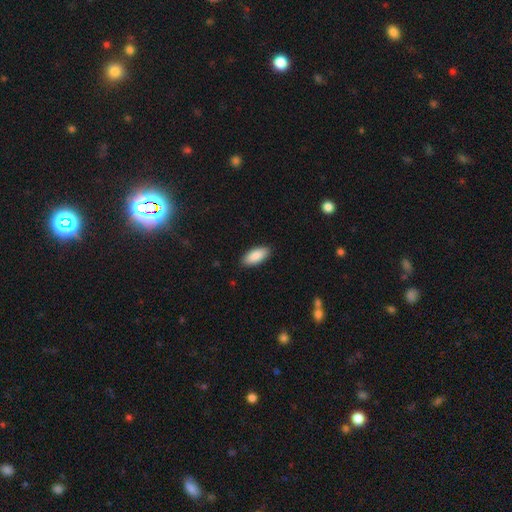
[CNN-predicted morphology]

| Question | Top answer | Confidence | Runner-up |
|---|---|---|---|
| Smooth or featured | smooth | 89% | star or artifact (6%) |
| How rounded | in between | 88% | cigar-shaped (10%) |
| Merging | none | 89% | minor disturbance (8%) |